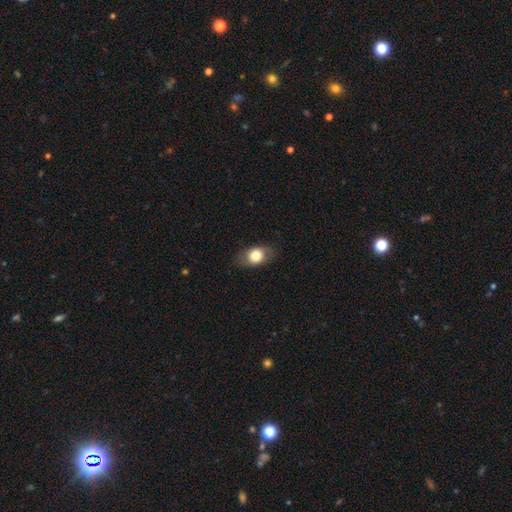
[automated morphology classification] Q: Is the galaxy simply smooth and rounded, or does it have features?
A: smooth — 75%.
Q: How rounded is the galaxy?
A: in between — 75%.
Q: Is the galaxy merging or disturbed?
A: none — 80%.